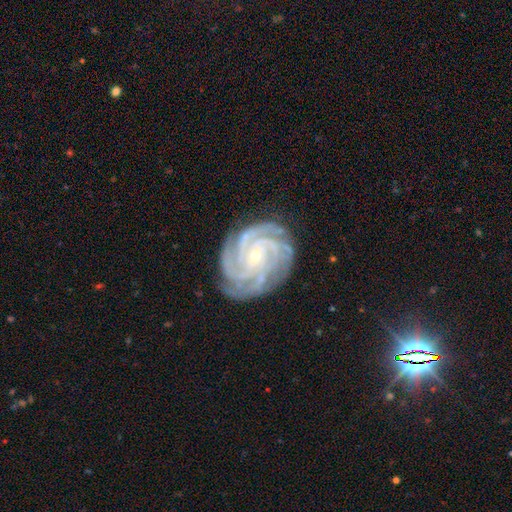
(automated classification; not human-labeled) Overall: featured or disk (92%). Edge-on disk: no (98%). Bar: no (61%; weak 27%). Spiral arms: yes (99%). Spiral arm count: 4 (43%; 3 18%). Spiral winding: tight (79%). Bulge size: small (80%). Merging: none (82%).